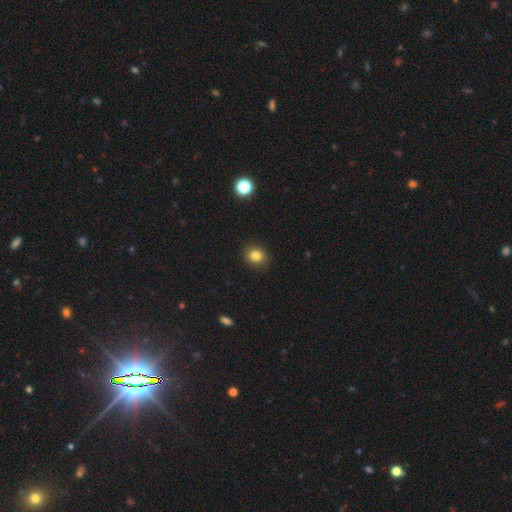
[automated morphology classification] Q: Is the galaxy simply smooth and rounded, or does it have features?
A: smooth — 82%.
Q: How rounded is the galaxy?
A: round — 74%.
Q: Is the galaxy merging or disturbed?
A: none — 90%.